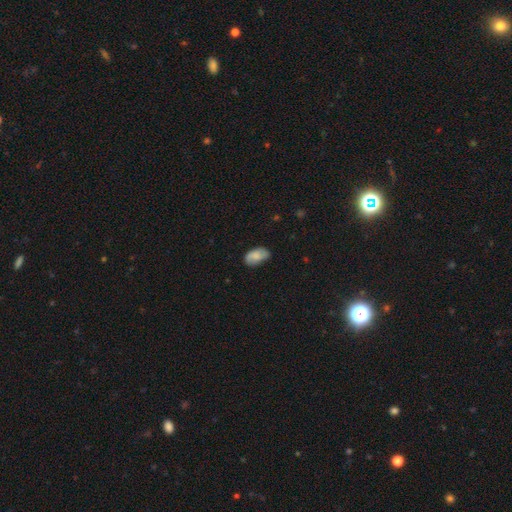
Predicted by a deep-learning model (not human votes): Smooth or featured? smooth (73%)
How rounded? in between (93%)
Merging? none (67%)